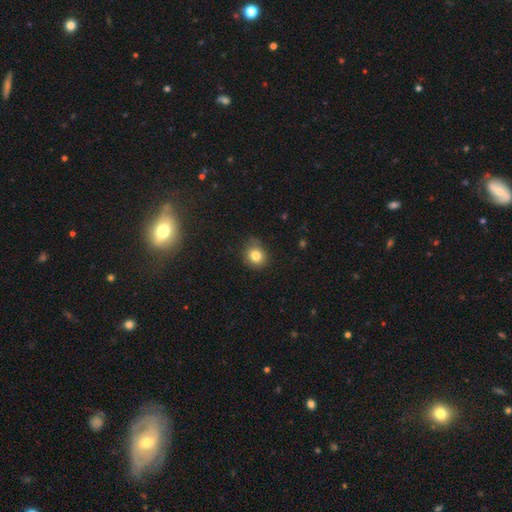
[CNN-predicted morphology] Smooth or featured? Predicted: smooth (p=0.80). How rounded? Predicted: round (p=0.76). Merging? Predicted: none (p=0.78).